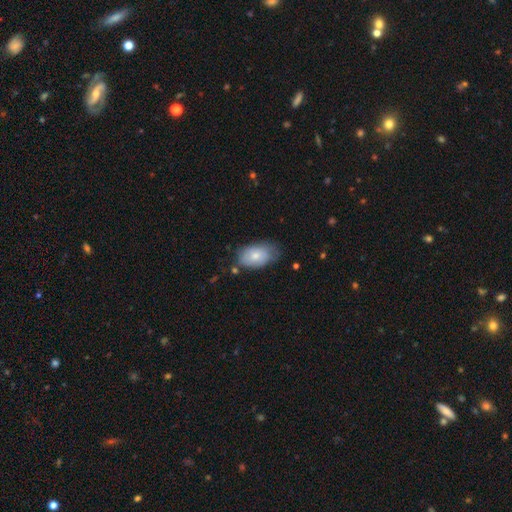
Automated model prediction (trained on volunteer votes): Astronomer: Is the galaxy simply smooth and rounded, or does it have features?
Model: smooth — 73%.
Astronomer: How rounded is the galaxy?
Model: in between — 92%.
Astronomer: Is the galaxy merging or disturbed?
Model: none — 61%.